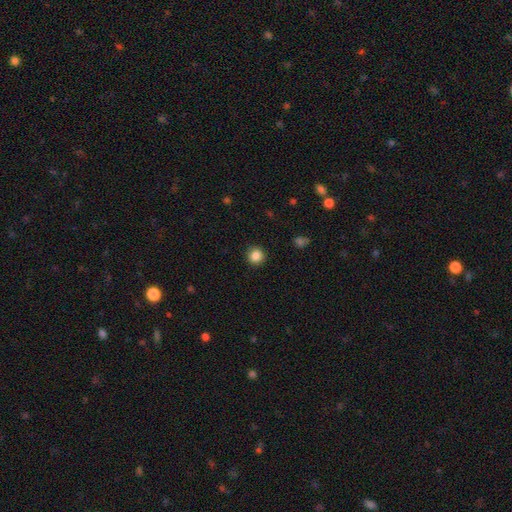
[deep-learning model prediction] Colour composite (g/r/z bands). It shows a smooth galaxy with no disk features (87%) that is round (93%). Merging: none (91%).